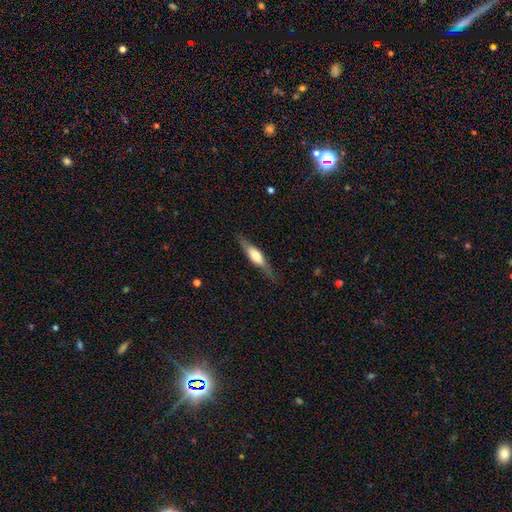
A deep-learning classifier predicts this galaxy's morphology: This is possibly a featured or disk galaxy (49%). Merging: clearly none (81%).